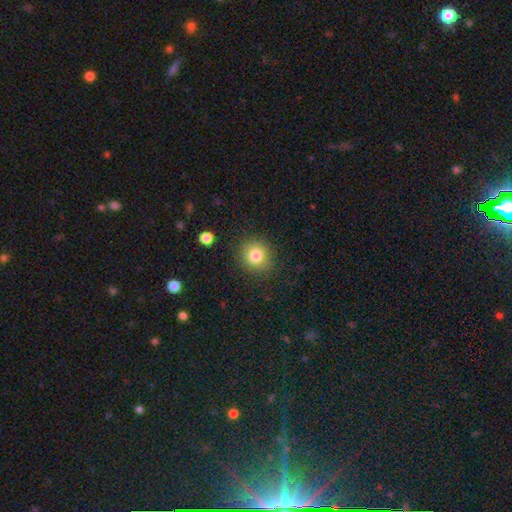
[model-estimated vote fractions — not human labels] Smooth or featured?
  - smooth: 80% *
  - star or artifact: 12%
  - featured or disk: 8%
How rounded?
  - round: 86% *
  - in between: 13%
  - cigar-shaped: 1%
Merging?
  - none: 88% *
  - minor disturbance: 8%
  - major disturbance: 3%
  - merger: 1%